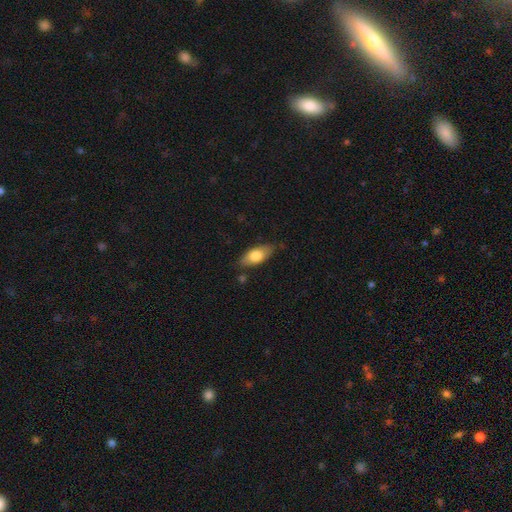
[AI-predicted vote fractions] This appears to be a smooth galaxy with no disk features (75%) that is in between round and cigar-shaped (85%). Merging: none (78%).